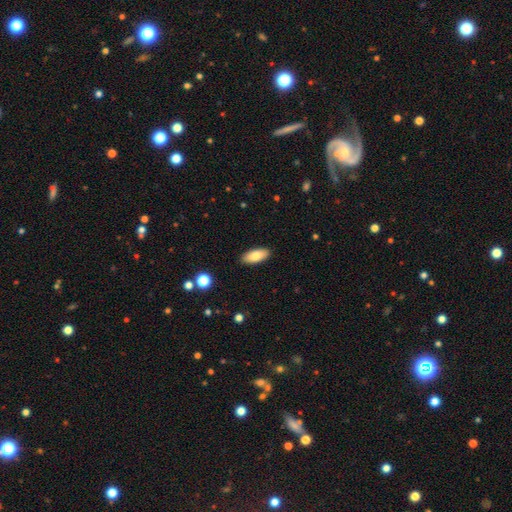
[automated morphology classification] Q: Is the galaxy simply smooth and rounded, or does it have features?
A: smooth — 83%.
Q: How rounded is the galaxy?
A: in between — 85%.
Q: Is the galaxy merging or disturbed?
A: none — 89%.